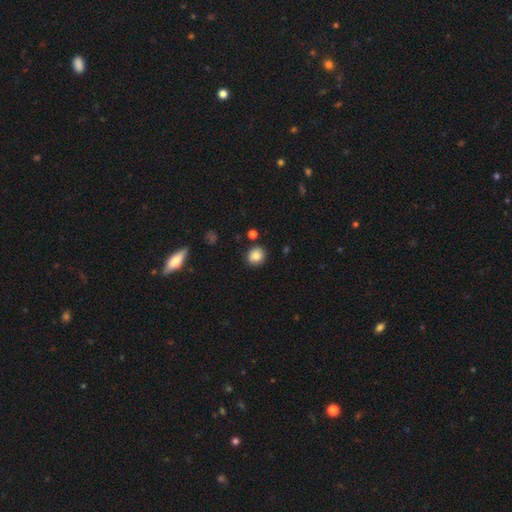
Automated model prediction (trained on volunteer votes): Overall: smooth (86%). How rounded: round (84%). Merging: none (86%).